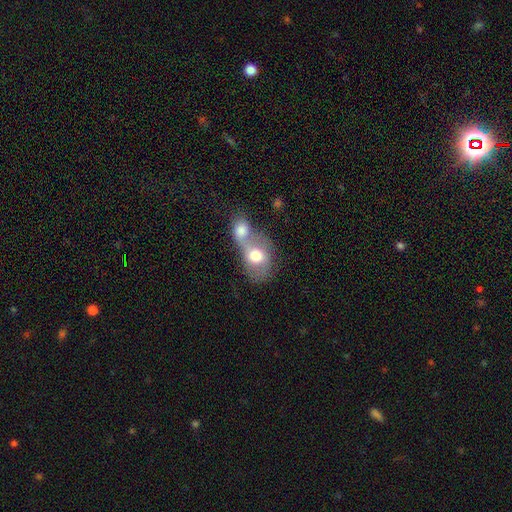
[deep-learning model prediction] A smooth galaxy with no disk features (63%) that is in between round and cigar-shaped (59%).

Vote fractions:
- Smooth or featured? smooth: 63% / featured or disk: 30% / star or artifact: 7%
- How rounded? in between: 59% / round: 39% / cigar-shaped: 2%
- Merging? merger: 77% / none: 12% / major disturbance: 6% / minor disturbance: 5%